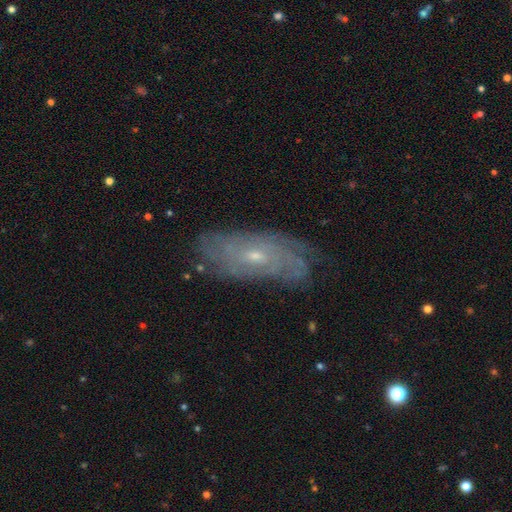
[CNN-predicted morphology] Smooth or featured? featured or disk (76%)
Edge-on disk? no (88%)
Bar? no (70%)
Spiral arms? yes (89%)
Spiral winding? tight (67%)
Spiral arm count? can't tell (57%)
Bulge size? small (68%)
Merging? none (79%)